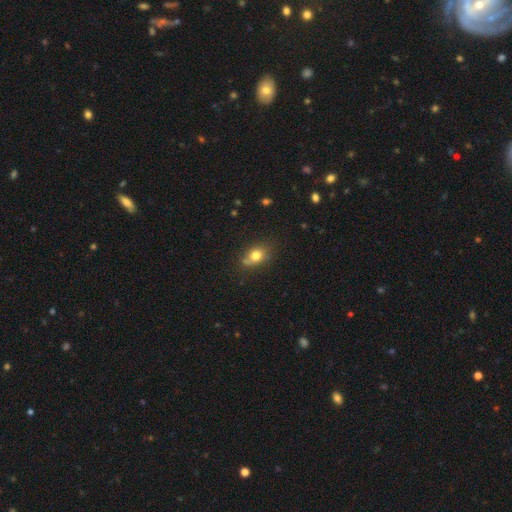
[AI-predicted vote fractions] This is likely a smooth galaxy (76%). How rounded: likely in between (62%). Merging: likely none (60%).